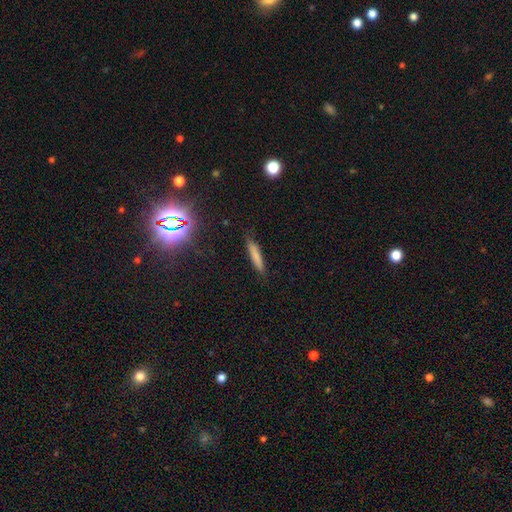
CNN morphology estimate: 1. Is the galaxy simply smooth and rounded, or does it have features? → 77% smooth, 13% featured or disk, 10% star or artifact.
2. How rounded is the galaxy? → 90% cigar-shaped, 9% in between, 2% round.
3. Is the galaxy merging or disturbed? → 86% none, 11% minor disturbance, 2% major disturbance, 1% merger.